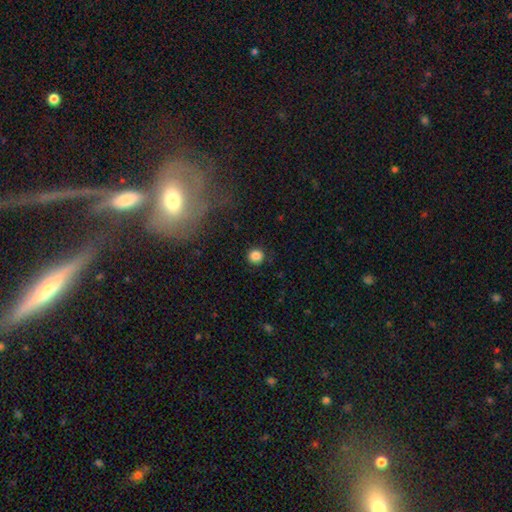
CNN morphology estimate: Q: Smooth or featured?
A: smooth (86%); runner-up: star or artifact (11%)
Q: How rounded?
A: round (94%); runner-up: in between (5%)
Q: Merging?
A: none (91%); runner-up: minor disturbance (5%)